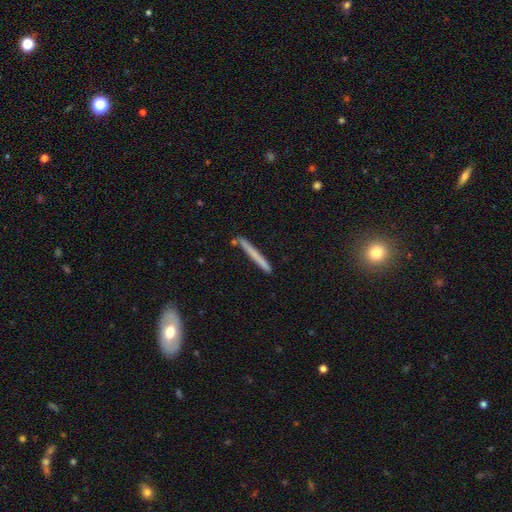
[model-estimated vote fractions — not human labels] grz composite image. It shows a smooth galaxy with no disk features (59%) that is cigar-shaped (97%). Merging: none (87%).